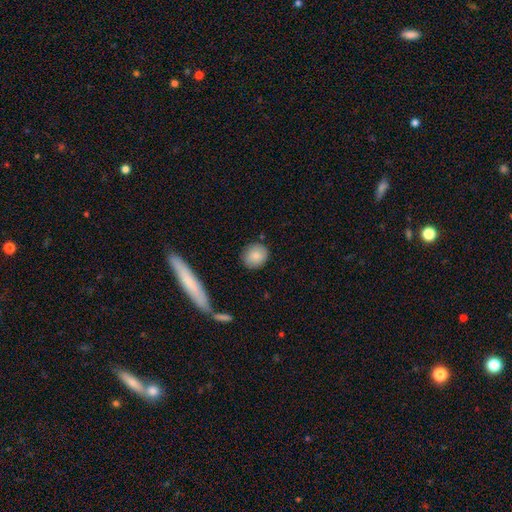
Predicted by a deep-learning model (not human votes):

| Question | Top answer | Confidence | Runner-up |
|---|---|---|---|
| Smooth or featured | smooth | 84% | featured or disk (9%) |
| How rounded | round | 72% | in between (26%) |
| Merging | none | 85% | minor disturbance (10%) |